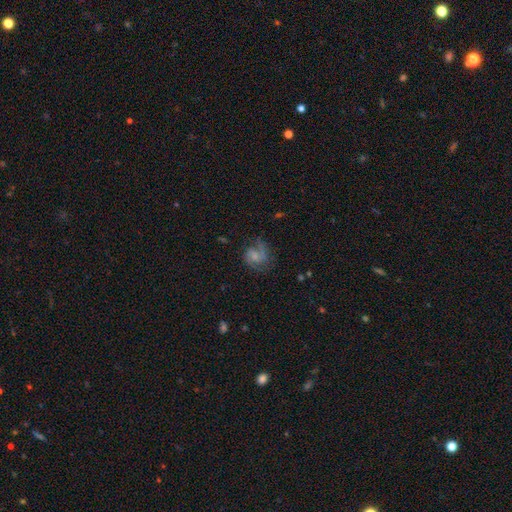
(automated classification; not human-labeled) This appears to be a featured or disk galaxy (59%) with no bar (59%), spiral arms (87%) and a small central bulge (39%). Merging: none (52%).